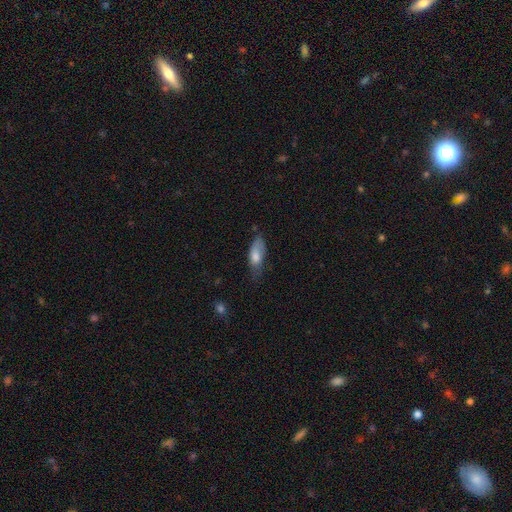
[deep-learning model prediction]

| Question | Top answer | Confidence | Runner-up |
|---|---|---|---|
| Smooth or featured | smooth | 70% | featured or disk (23%) |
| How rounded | in between | 73% | cigar-shaped (25%) |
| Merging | none | 47% | minor disturbance (36%) |